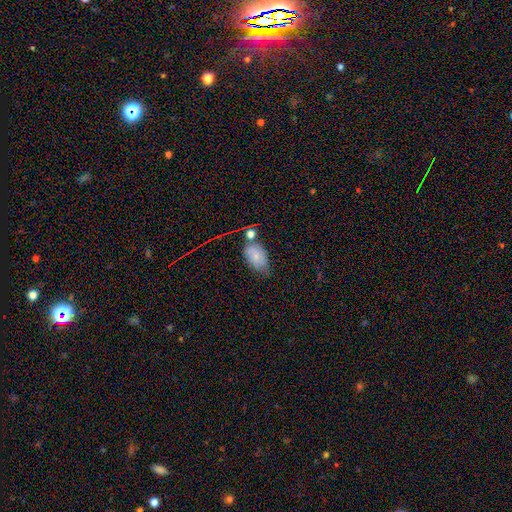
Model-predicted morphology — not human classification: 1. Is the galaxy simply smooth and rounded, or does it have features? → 68% smooth, 20% featured or disk, 13% star or artifact.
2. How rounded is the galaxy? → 88% in between, 10% round, 2% cigar-shaped.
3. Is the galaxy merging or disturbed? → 46% none, 28% minor disturbance, 16% merger, 10% major disturbance.